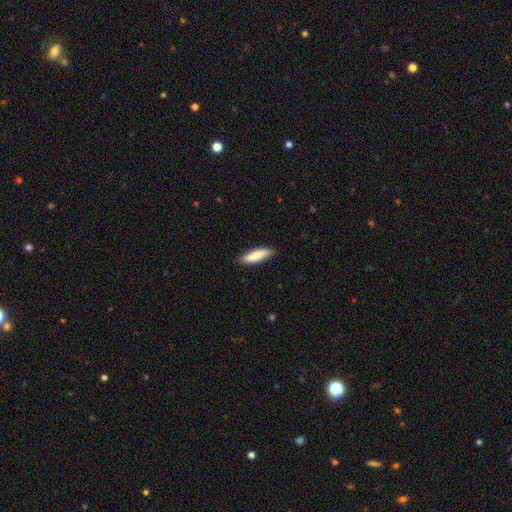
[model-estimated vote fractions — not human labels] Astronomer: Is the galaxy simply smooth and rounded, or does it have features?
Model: smooth — 83%.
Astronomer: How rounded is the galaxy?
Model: cigar-shaped — 63%.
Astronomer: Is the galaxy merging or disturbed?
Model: none — 87%.